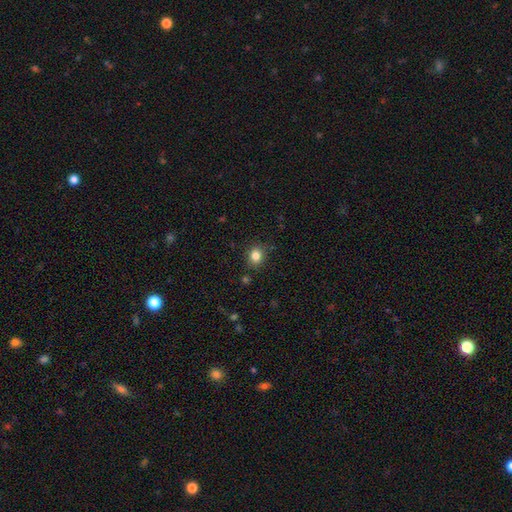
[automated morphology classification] The model was most divided on "how rounded": round: 71%, in between: 28%, cigar-shaped: 1%. More confident: merging — none (86%); smooth or featured — smooth (82%).